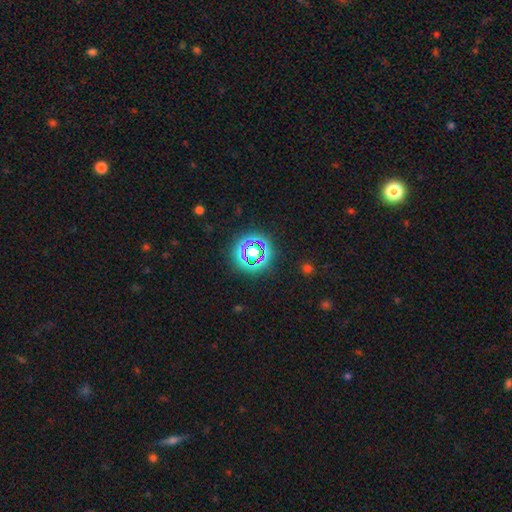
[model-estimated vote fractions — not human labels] star or artifact 57%, smooth 30%, featured or disk 12%.